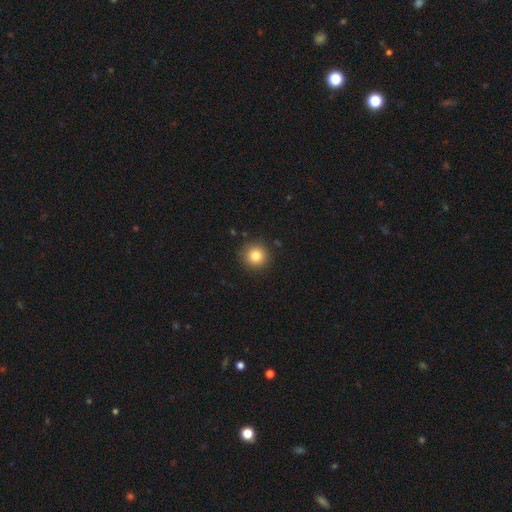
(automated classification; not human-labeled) This is clearly a smooth galaxy (83%). How rounded: clearly round (94%). Merging: clearly none (90%).